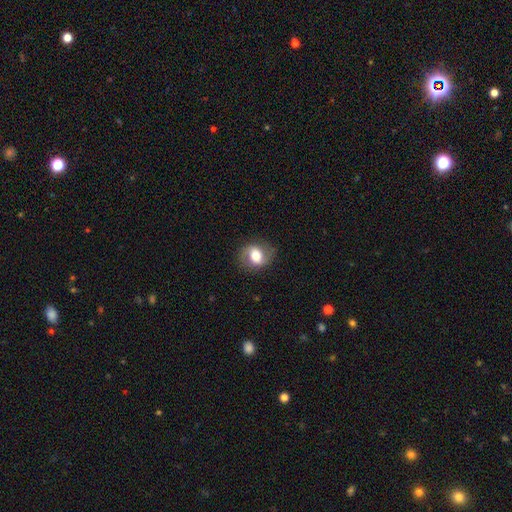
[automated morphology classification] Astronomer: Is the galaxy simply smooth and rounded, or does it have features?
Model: smooth — 54% (runner-up: featured or disk, 37%).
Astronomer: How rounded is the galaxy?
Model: round — 56% (runner-up: in between, 43%).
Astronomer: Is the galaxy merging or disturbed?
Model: none — 80%.